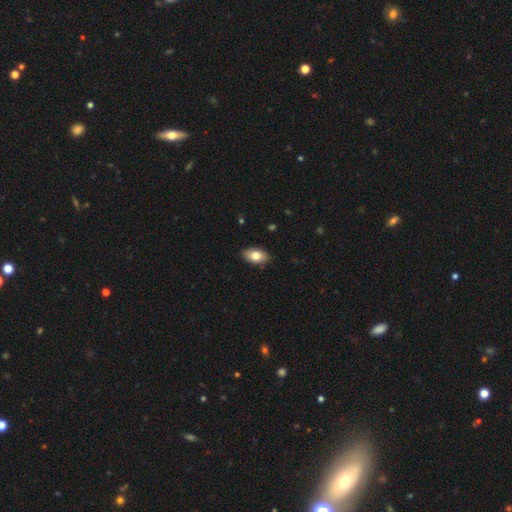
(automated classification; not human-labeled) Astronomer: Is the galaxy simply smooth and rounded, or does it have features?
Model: smooth — 79%.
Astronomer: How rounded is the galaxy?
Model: in between — 92%.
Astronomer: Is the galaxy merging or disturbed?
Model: none — 88%.